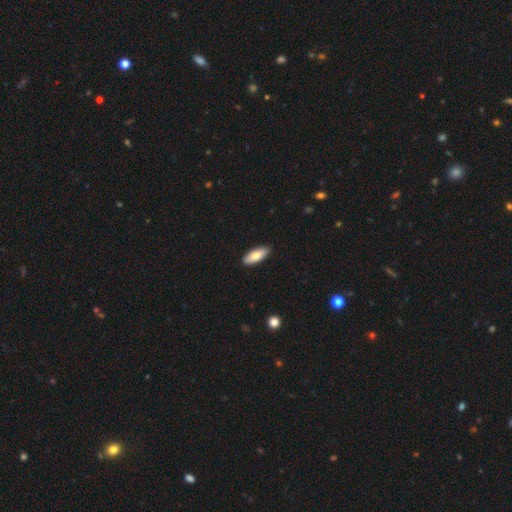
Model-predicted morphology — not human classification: type=smooth (77%); roundness=in between (78%); merging=none (90%).